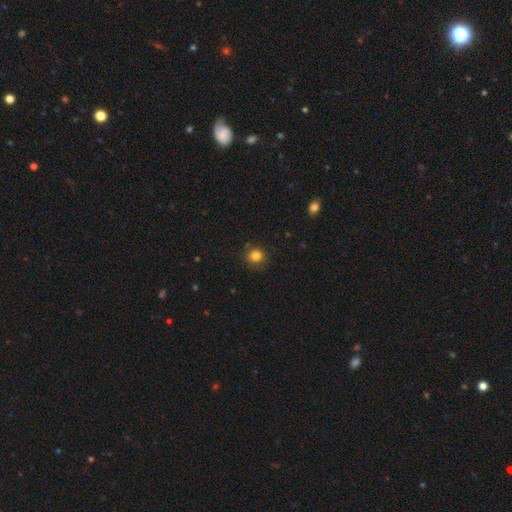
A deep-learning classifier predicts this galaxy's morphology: smooth_or_featured: smooth (p=0.83) [alt: star or artifact p=0.12]
how_rounded: round (p=0.85) [alt: in between p=0.14]
merging: none (p=0.83) [alt: minor disturbance p=0.12]